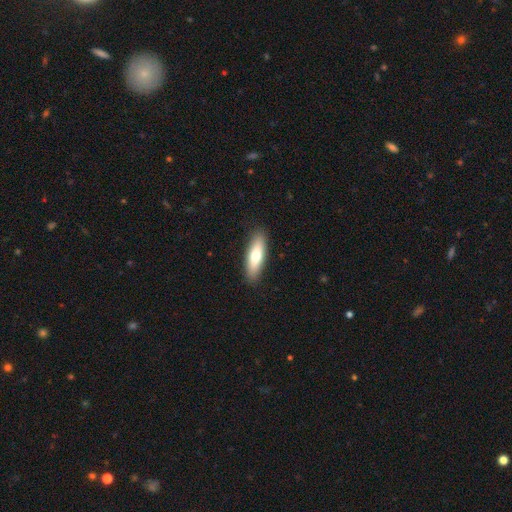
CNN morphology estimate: Smooth or featured? smooth (70%)
How rounded? cigar-shaped (50%)
Merging? none (90%)